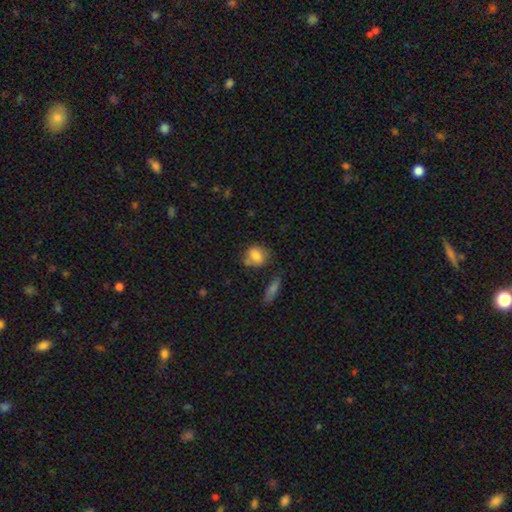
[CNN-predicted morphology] Smooth or featured?
  - smooth: 76% *
  - featured or disk: 16%
  - star or artifact: 8%
How rounded?
  - in between: 49% * (tied)
  - round: 49% * (tied)
  - cigar-shaped: 3%
Merging?
  - none: 61% *
  - minor disturbance: 24%
  - major disturbance: 8%
  - merger: 7%